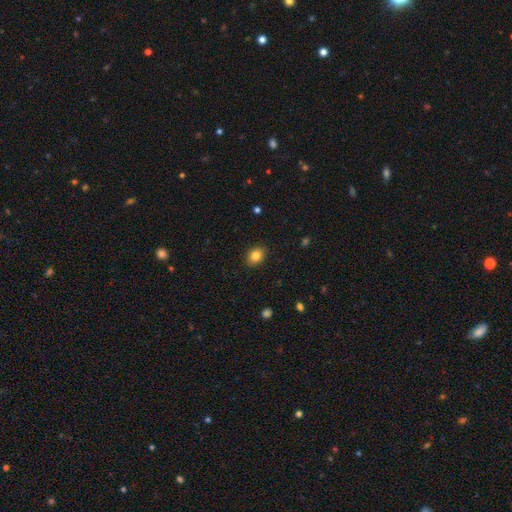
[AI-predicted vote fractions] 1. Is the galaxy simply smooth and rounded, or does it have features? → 83% smooth, 10% star or artifact, 7% featured or disk.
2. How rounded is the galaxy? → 57% in between, 42% round, 1% cigar-shaped.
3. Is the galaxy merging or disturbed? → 89% none, 8% minor disturbance, 2% major disturbance, 1% merger.